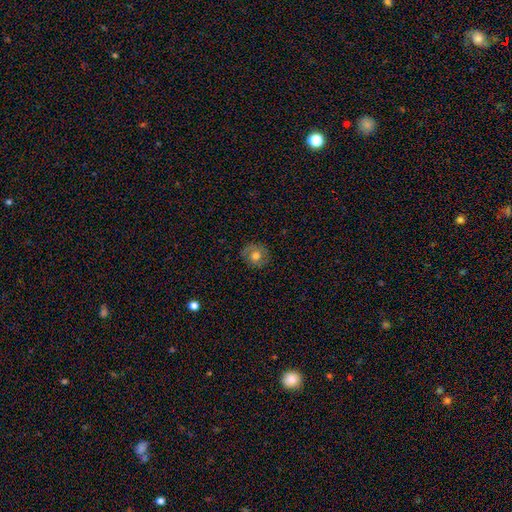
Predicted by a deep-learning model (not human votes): Smooth or featured? smooth (68%)
How rounded? round (81%)
Merging? none (81%)